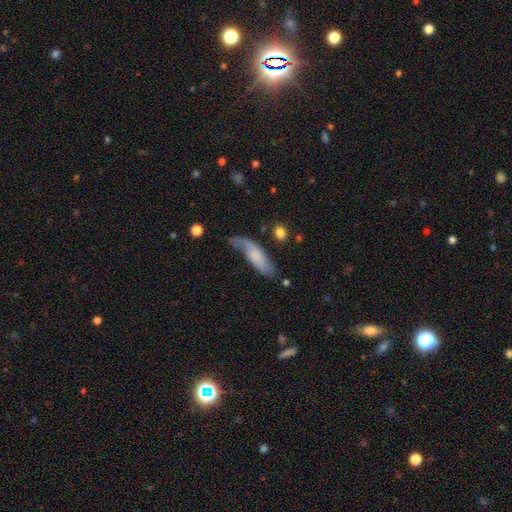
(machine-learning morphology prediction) Smooth or featured? smooth (50%)
Merging? none (44%)